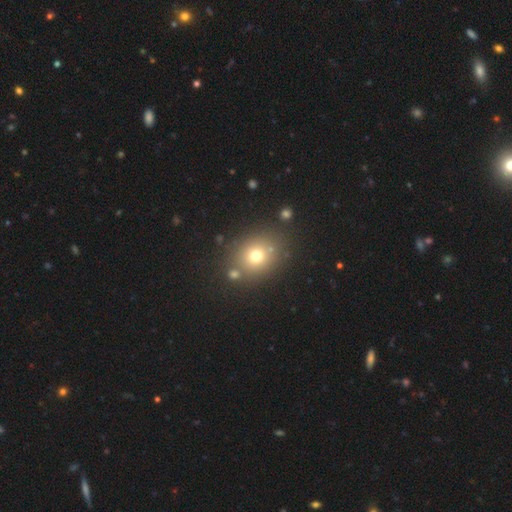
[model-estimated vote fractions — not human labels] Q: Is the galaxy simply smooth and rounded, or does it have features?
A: smooth — 70%.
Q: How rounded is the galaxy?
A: round — 66%.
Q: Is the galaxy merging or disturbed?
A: none — 77%.